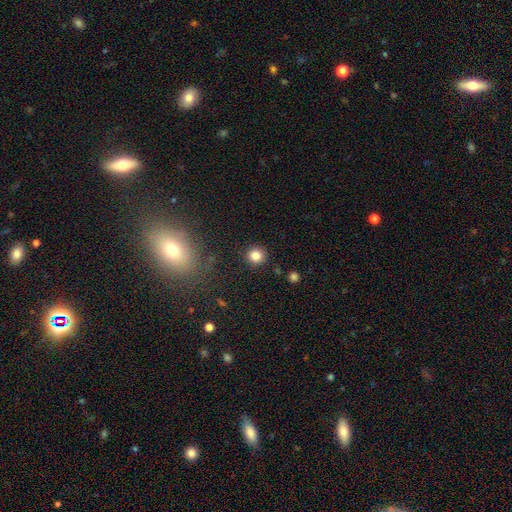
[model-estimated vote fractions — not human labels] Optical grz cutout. It shows a smooth galaxy with no disk features (83%) that is round (92%). Merging: none (90%).